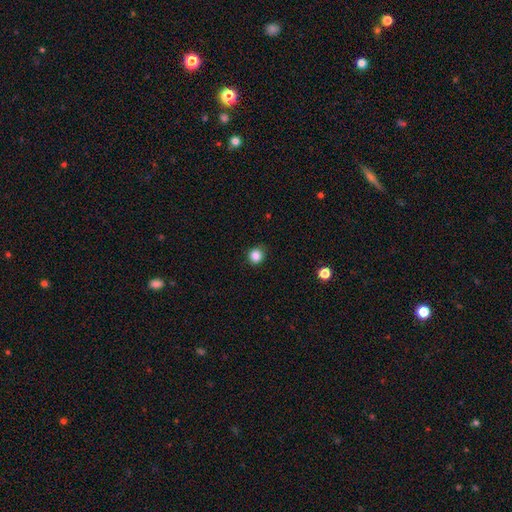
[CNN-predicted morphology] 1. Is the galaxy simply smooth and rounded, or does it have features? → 85% smooth, 11% star or artifact, 3% featured or disk.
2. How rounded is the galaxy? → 87% round, 12% in between, 1% cigar-shaped.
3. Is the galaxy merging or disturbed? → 86% none, 11% minor disturbance, 2% major disturbance, 1% merger.